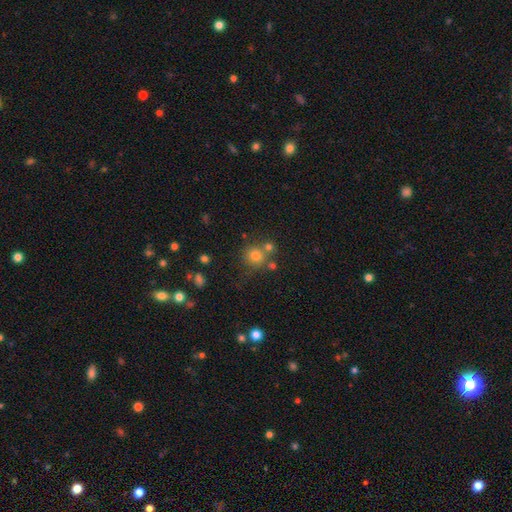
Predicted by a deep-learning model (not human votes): Smooth or featured? Predicted: smooth (p=0.75). How rounded? Predicted: round (p=0.87). Merging? Predicted: none (p=0.64).